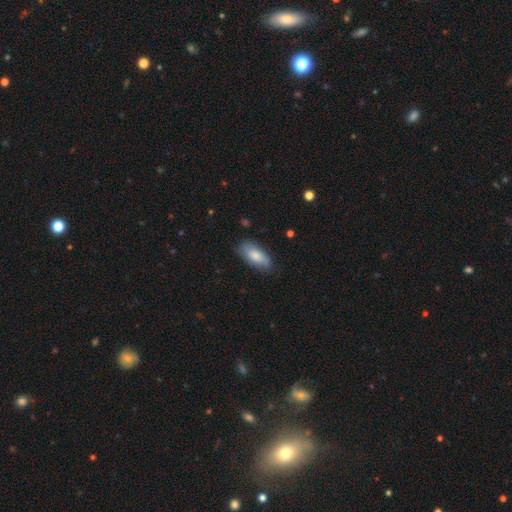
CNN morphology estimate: Smooth or featured? Predicted: smooth (p=0.80). How rounded? Predicted: in between (p=0.87). Merging? Predicted: none (p=0.75).